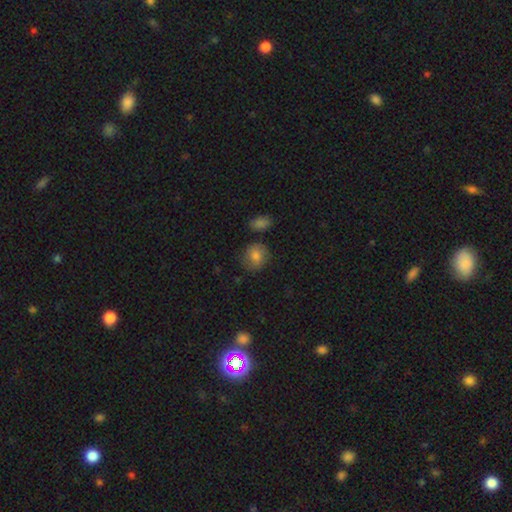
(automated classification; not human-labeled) Smooth or featured?
  - smooth: 79% *
  - featured or disk: 13%
  - star or artifact: 8%
How rounded?
  - round: 75% *
  - in between: 24%
  - cigar-shaped: 1%
Merging?
  - none: 73% *
  - minor disturbance: 17%
  - merger: 5%
  - major disturbance: 5%